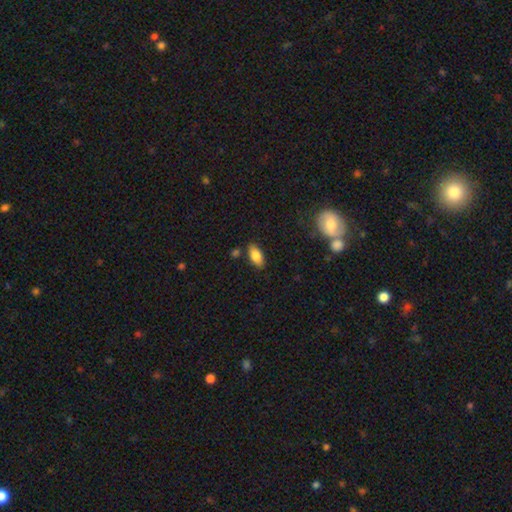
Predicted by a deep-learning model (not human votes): This appears to be a smooth galaxy with no disk features (82%) that is in between round and cigar-shaped (89%). Merging: none (83%).